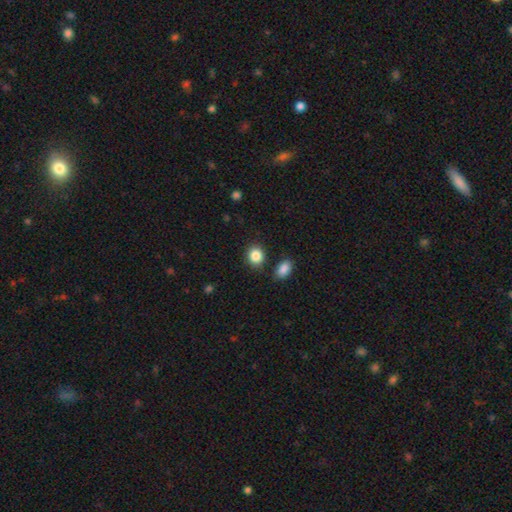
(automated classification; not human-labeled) A smooth galaxy with no disk features (87%) that is round (65%).

Vote fractions:
- Smooth or featured? smooth: 87% / star or artifact: 8% / featured or disk: 4%
- How rounded? round: 65% / in between: 34% / cigar-shaped: 1%
- Merging? none: 84% / minor disturbance: 9% / merger: 5% / major disturbance: 2%